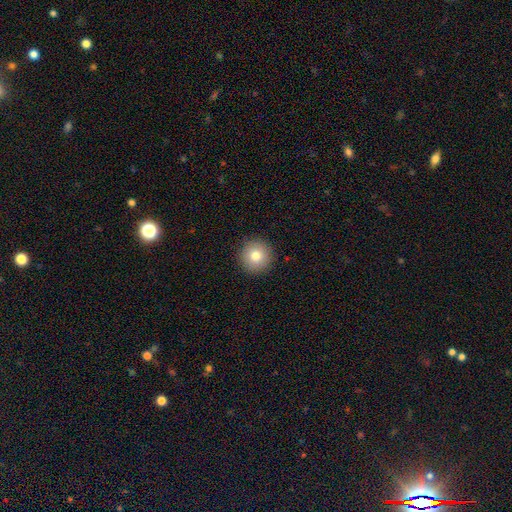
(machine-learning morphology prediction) A smooth galaxy with no disk features (80%) that is round (95%).

Vote fractions:
- Smooth or featured? smooth: 80% / star or artifact: 10% / featured or disk: 10%
- How rounded? round: 95% / in between: 4% / cigar-shaped: 1%
- Merging? none: 92% / minor disturbance: 5% / major disturbance: 2% / merger: 1%